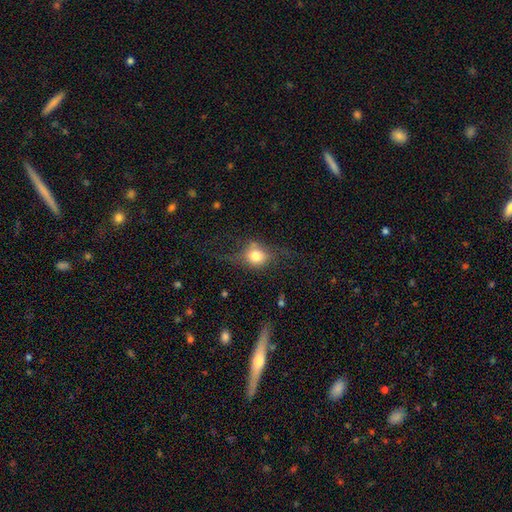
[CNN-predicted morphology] A smooth galaxy with no disk features (61%) that is round (67%).

Vote fractions:
- Smooth or featured? smooth: 61% / featured or disk: 27% / star or artifact: 12%
- How rounded? round: 67% / in between: 31% / cigar-shaped: 3%
- Merging? none: 54% / minor disturbance: 23% / major disturbance: 20% / merger: 3%